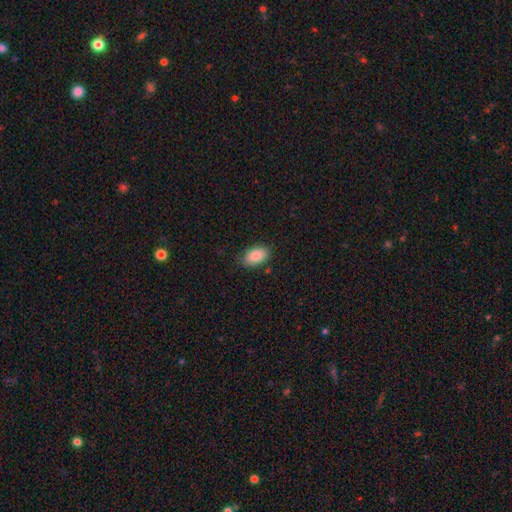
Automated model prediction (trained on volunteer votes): smooth 87%, star or artifact 7%, featured or disk 7%. Down the decision tree: how rounded — in between (92%); merging — none (83%).